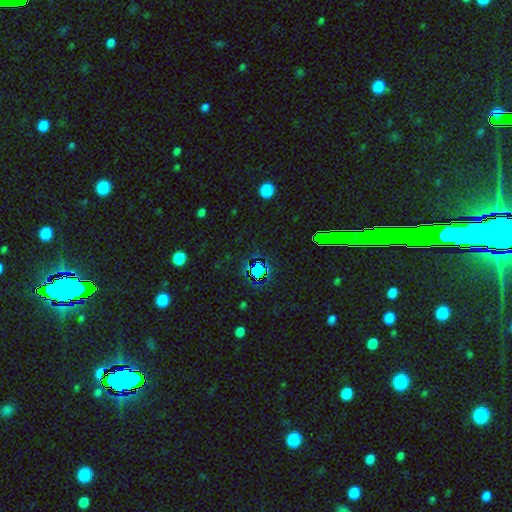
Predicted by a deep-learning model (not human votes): smooth-or-featured: star or artifact: 71% | smooth: 20% | featured or disk: 9%